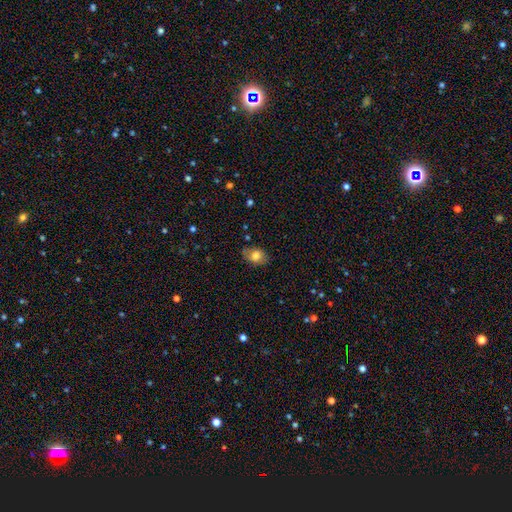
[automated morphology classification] smooth_or_featured: smooth (p=0.79) [alt: featured or disk p=0.12]
how_rounded: in between (p=0.73) [alt: round p=0.26]
merging: none (p=0.80) [alt: minor disturbance p=0.16]